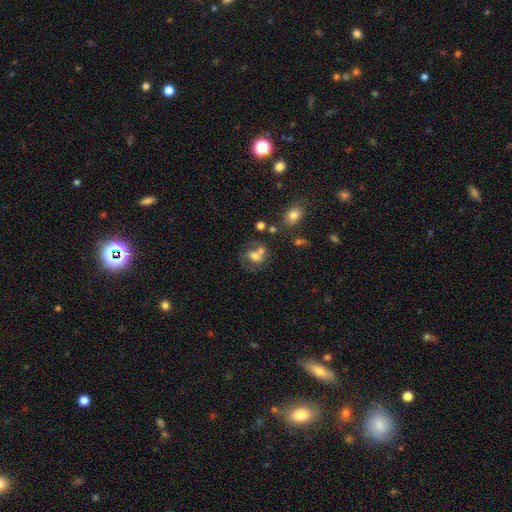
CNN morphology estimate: Smooth or featured? Predicted: smooth (p=0.48). Merging? Predicted: none (p=0.35).